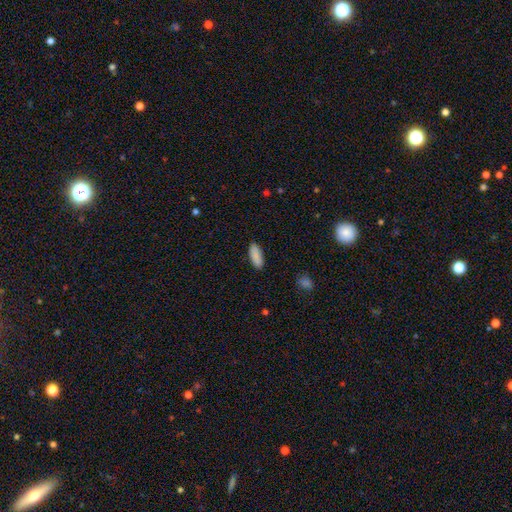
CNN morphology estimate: smooth_or_featured: smooth (p=0.90) [alt: star or artifact p=0.06]
how_rounded: in between (p=0.70) [alt: cigar-shaped p=0.28]
merging: none (p=0.89) [alt: minor disturbance p=0.08]